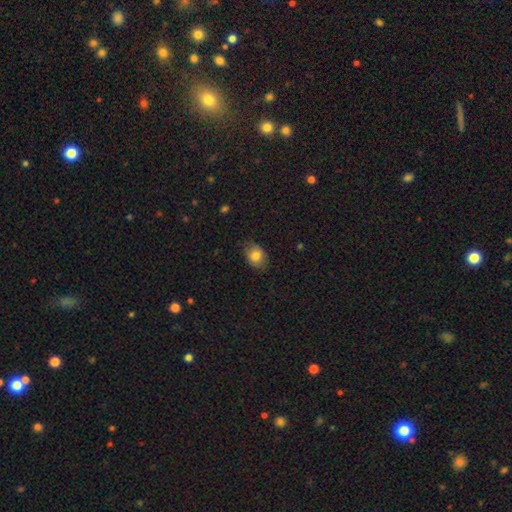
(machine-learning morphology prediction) Overall: smooth (81%). How rounded: in between (62%; round 36%). Merging: none (76%).